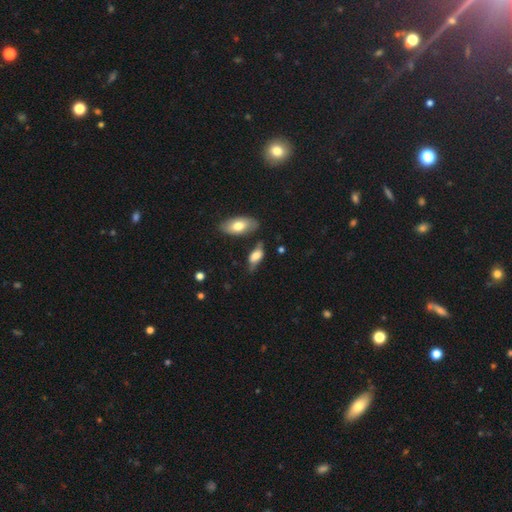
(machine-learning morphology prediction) Smooth or featured: smooth — 67% (featured or disk — 25%)
How rounded: in between — 84% (cigar-shaped — 11%)
Merging: none — 52% (minor disturbance — 27%)